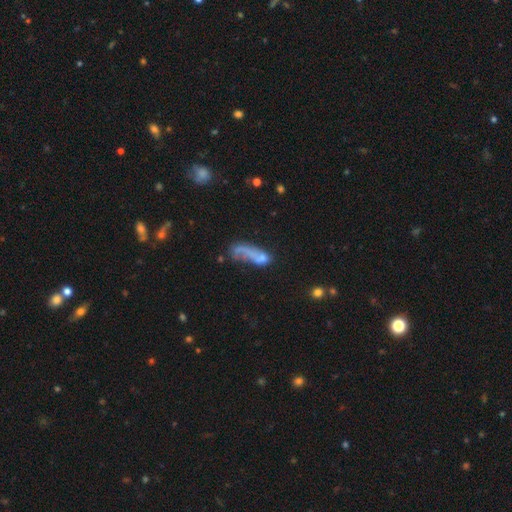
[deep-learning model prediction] Morphology: type=smooth (49%); merging=major disturbance (36%).